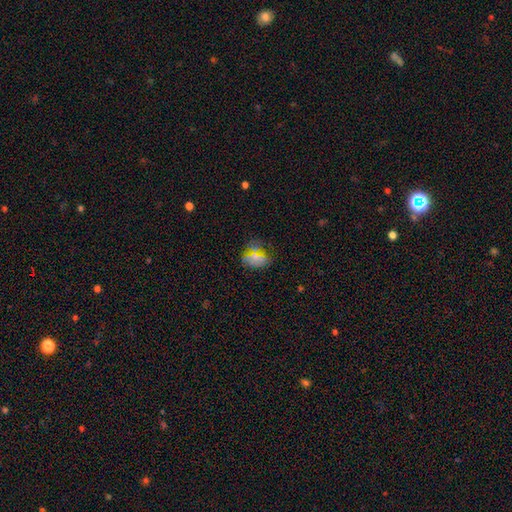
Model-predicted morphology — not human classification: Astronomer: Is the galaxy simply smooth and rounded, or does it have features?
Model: smooth — 60%.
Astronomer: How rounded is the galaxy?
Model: round — 66%.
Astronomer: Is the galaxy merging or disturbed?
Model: none — 75%.